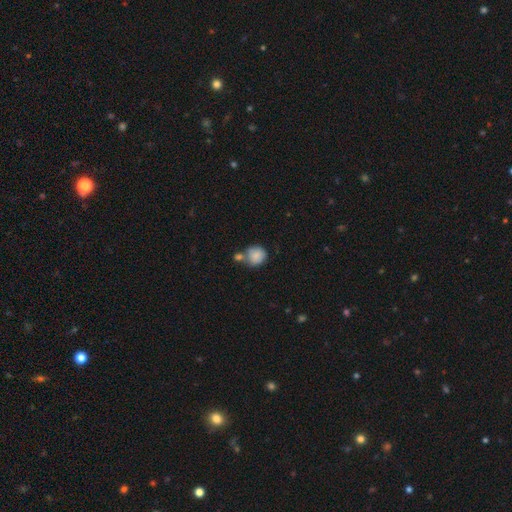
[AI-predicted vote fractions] Morphology: type=smooth (84%); roundness=round (83%); merging=none (44%).